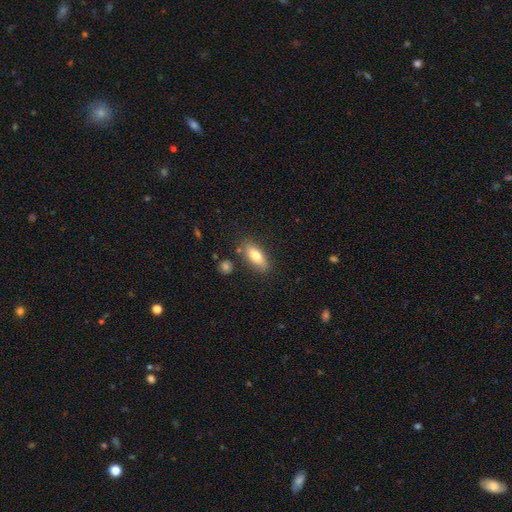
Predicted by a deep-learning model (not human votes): Smooth or featured: smooth — 75% (featured or disk — 18%)
How rounded: in between — 78% (cigar-shaped — 19%)
Merging: none — 81% (minor disturbance — 13%)